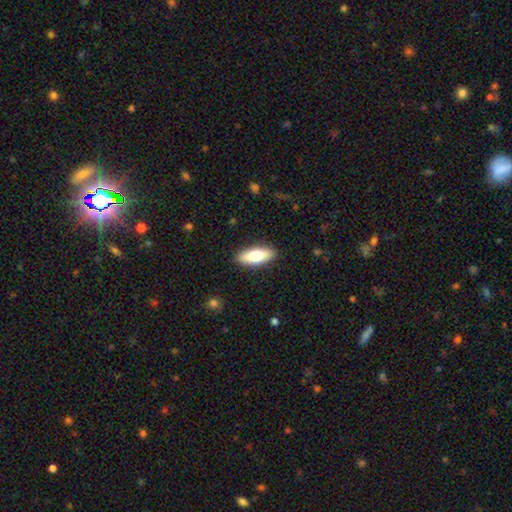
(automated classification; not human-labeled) A smooth galaxy with no disk features (65%) that is in between round and cigar-shaped (65%).

Vote fractions:
- Smooth or featured? smooth: 65% / featured or disk: 29% / star or artifact: 6%
- How rounded? in between: 65% / cigar-shaped: 33% / round: 3%
- Merging? none: 89% / minor disturbance: 8% / major disturbance: 2% / merger: 1%